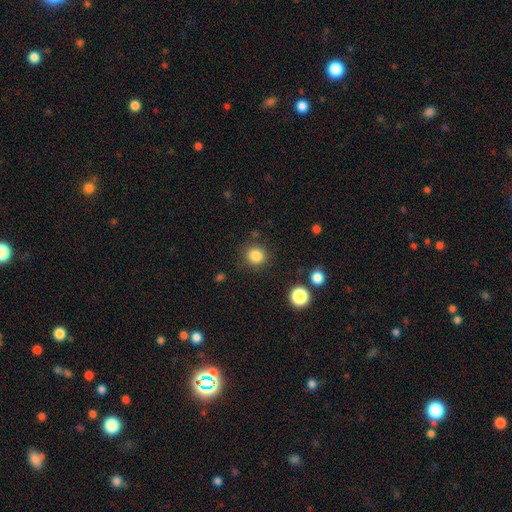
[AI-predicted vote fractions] Smooth or featured? Predicted: smooth (p=0.85). How rounded? Predicted: round (p=0.85). Merging? Predicted: none (p=0.86).